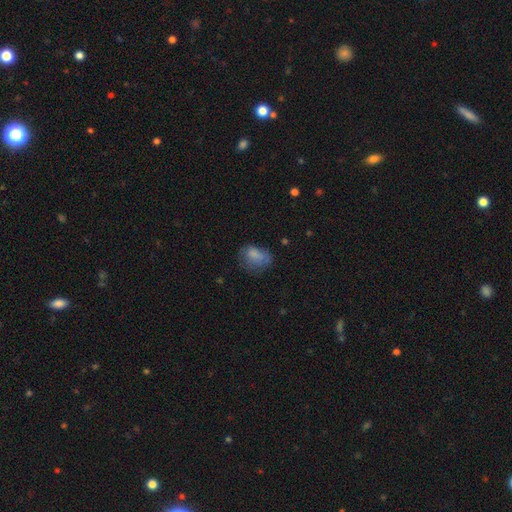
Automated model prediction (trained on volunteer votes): smooth_or_featured: smooth (p=0.70) [alt: featured or disk p=0.20]
how_rounded: in between (p=0.68) [alt: round p=0.31]
merging: none (p=0.42) [alt: minor disturbance p=0.30]